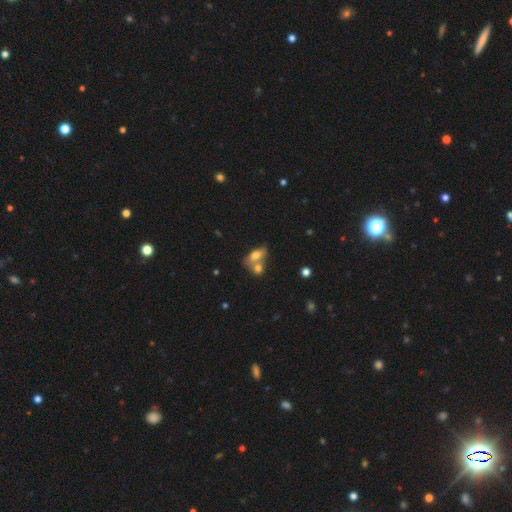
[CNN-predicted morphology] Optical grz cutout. It shows a smooth galaxy with no disk features (70%) that is in between round and cigar-shaped (79%). Merging: merger (51%).